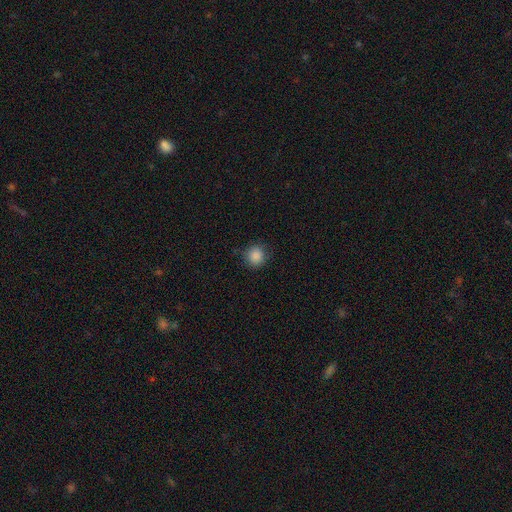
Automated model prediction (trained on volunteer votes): The model was most divided on "merging": none: 86%, minor disturbance: 10%, major disturbance: 3%, merger: 1%. More confident: how rounded — round (91%); smooth or featured — smooth (87%).